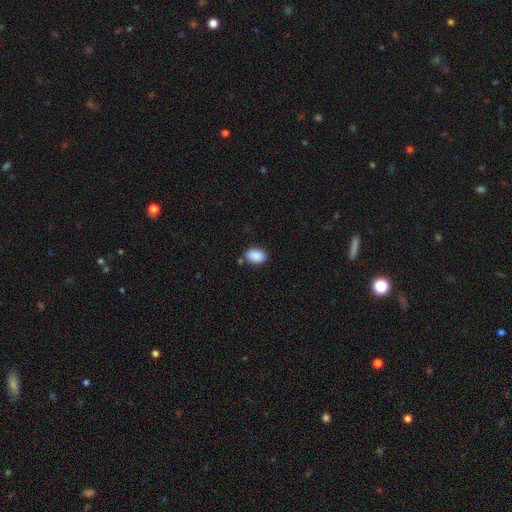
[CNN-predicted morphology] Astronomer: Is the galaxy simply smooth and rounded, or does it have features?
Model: smooth — 89%.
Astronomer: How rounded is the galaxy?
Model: in between — 86%.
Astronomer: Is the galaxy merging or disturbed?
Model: none — 79%.